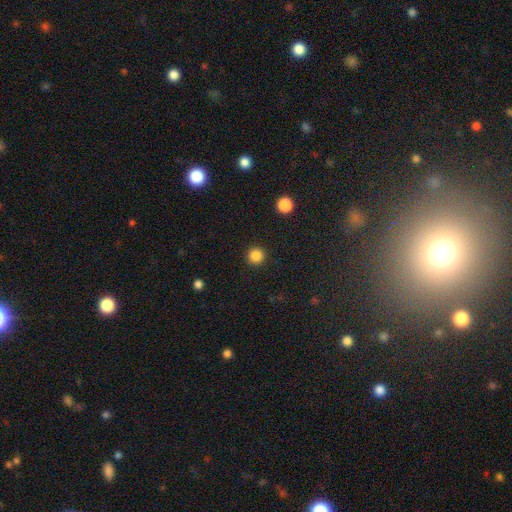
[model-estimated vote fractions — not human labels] Morphology: type=smooth (86%); roundness=round (96%); merging=none (92%).